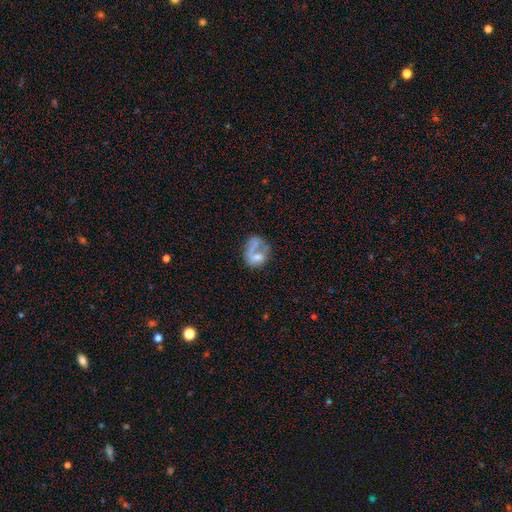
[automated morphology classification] smooth-or-featured: smooth: 51% | featured or disk: 39% | star or artifact: 9%
  how-rounded: in between: 52% | round: 46% | cigar-shaped: 1%
  merging: major disturbance: 30% | none: 27% | merger: 26% | minor disturbance: 17%